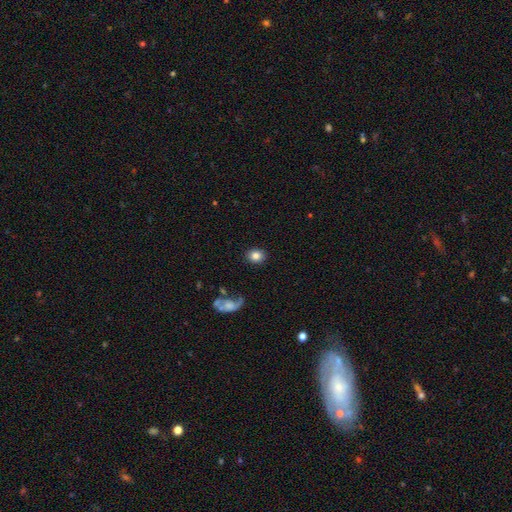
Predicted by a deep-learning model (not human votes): smooth_or_featured: smooth (p=0.82) [alt: featured or disk p=0.09]
how_rounded: round (p=0.61) [alt: in between p=0.38]
merging: none (p=0.87) [alt: minor disturbance p=0.08]